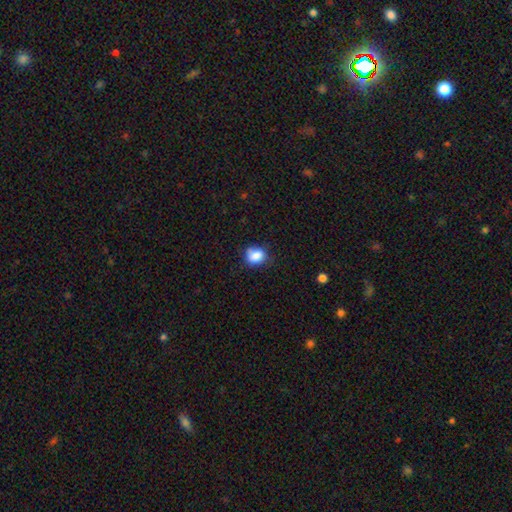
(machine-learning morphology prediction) Smooth or featured?
  - smooth: 83% *
  - star or artifact: 10%
  - featured or disk: 7%
How rounded?
  - round: 53% *
  - in between: 46%
  - cigar-shaped: 1%
Merging?
  - none: 60% *
  - minor disturbance: 29%
  - major disturbance: 7%
  - merger: 5%